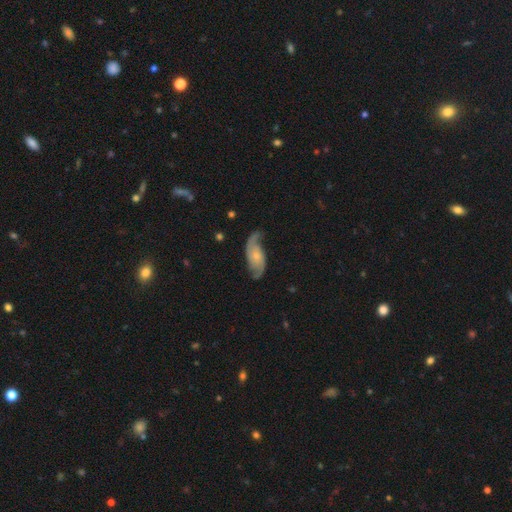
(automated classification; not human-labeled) featured or disk 82%, smooth 12%, star or artifact 5%. Down the decision tree: edge-on disk — no (95%); bar — no (67%); spiral arms — yes (96%); spiral arm count — 2 (91%); spiral winding — loose (49%); bulge size — small (62%); merging — none (70%).